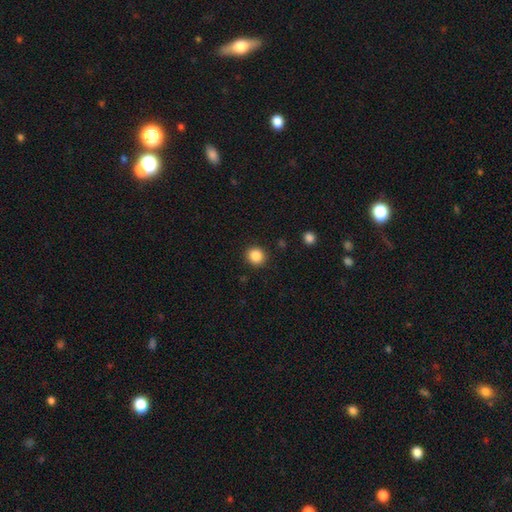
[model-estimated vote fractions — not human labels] Smooth or featured? smooth (86%)
How rounded? round (88%)
Merging? none (91%)